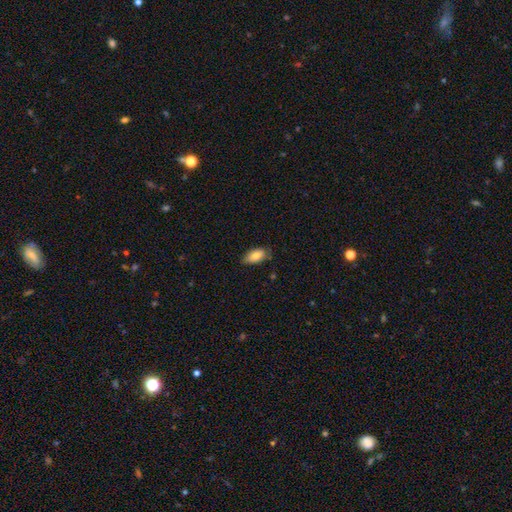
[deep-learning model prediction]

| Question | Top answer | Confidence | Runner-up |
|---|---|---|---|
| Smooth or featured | smooth | 80% | featured or disk (13%) |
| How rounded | in between | 92% | cigar-shaped (5%) |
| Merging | none | 74% | minor disturbance (21%) |